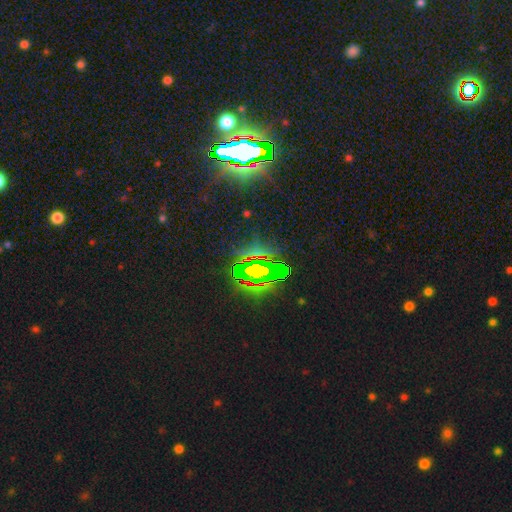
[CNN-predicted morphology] A star or artifact, not a galaxy (85%).

Vote fractions:
- Smooth or featured? star or artifact: 85% / smooth: 8% / featured or disk: 7%